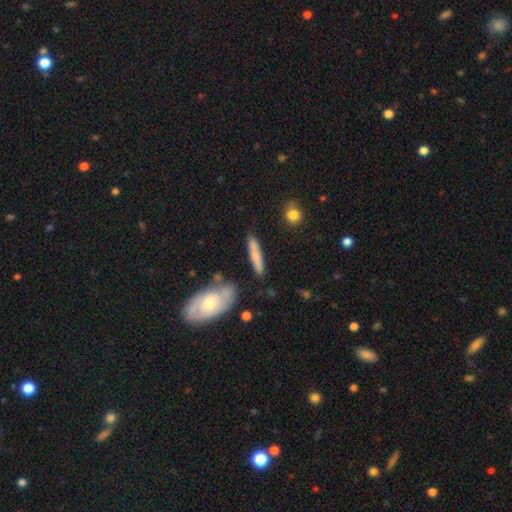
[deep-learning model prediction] A smooth galaxy with no disk features (64%) that is cigar-shaped (87%). Merging: none (79%).